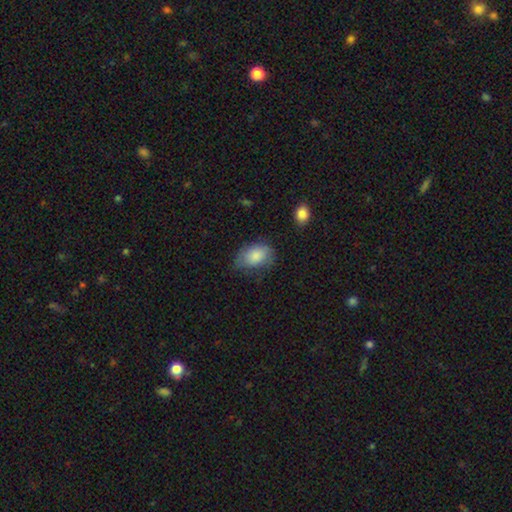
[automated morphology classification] Smooth or featured? Predicted: smooth (p=0.81). How rounded? Predicted: in between (p=0.86). Merging? Predicted: none (p=0.57).